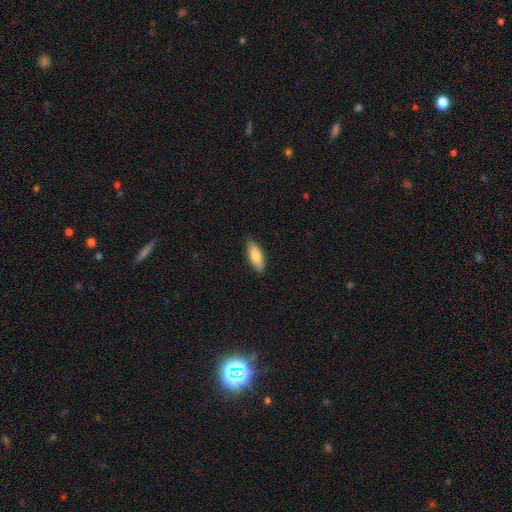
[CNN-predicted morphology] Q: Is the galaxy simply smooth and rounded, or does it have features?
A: smooth — 82%.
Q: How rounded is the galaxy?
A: in between — 75%.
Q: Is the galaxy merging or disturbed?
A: none — 87%.